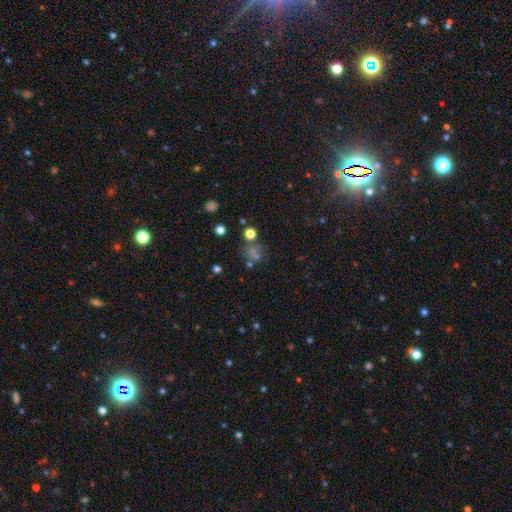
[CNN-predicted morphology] Smooth or featured? star or artifact (47%)